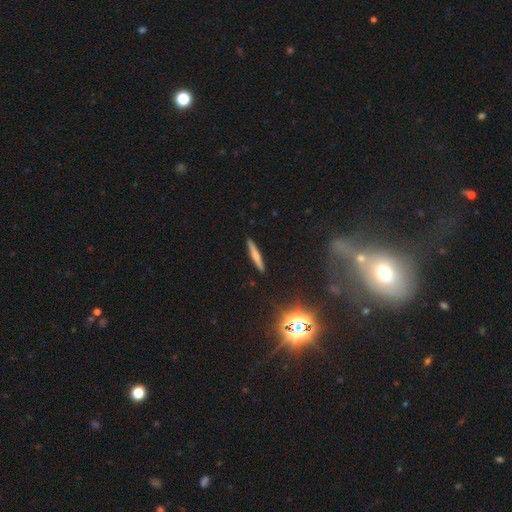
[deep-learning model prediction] Smooth or featured? Predicted: smooth (p=0.57). How rounded? Predicted: cigar-shaped (p=0.93). Merging? Predicted: none (p=0.90).